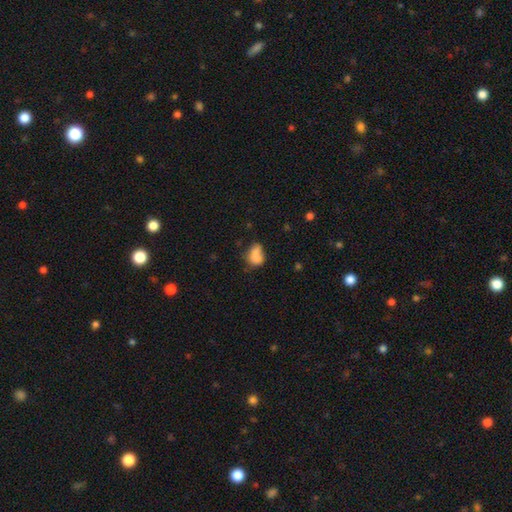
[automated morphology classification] type=smooth (76%); roundness=in between (75%); merging=none (37%).